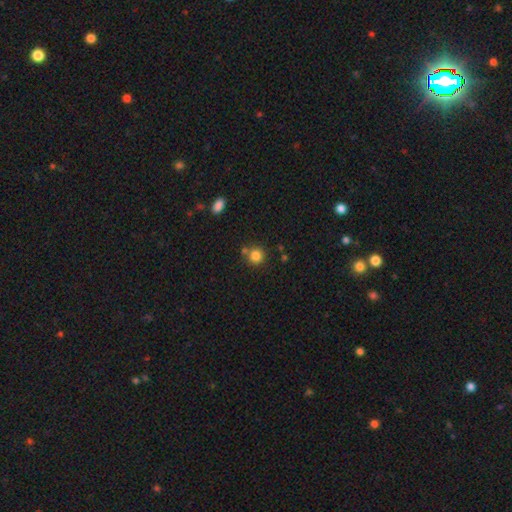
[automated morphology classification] This appears to be a smooth galaxy with no disk features (82%) that is round (91%). Merging: none (70%).